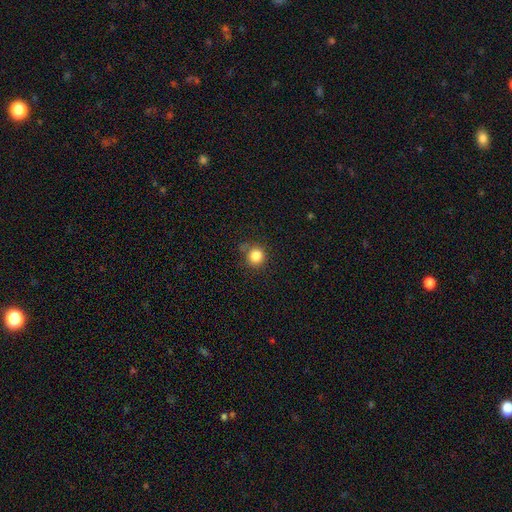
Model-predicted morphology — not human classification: type=smooth (84%); roundness=round (90%); merging=none (75%).